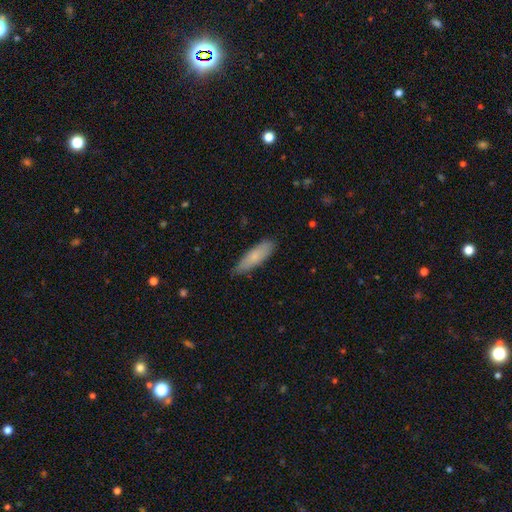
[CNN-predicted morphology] Smooth or featured: smooth — 79% (featured or disk — 16%)
How rounded: cigar-shaped — 56% (in between — 42%)
Merging: none — 76% (minor disturbance — 20%)